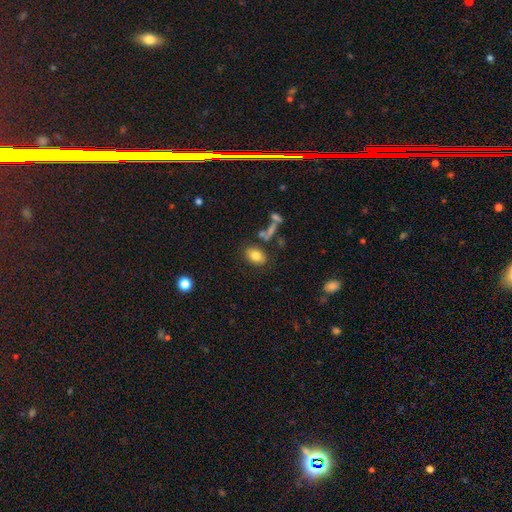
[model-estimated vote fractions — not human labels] smooth-or-featured: smooth: 78% | featured or disk: 12% | star or artifact: 10%
  how-rounded: in between: 80% | round: 18% | cigar-shaped: 1%
  merging: none: 75% | minor disturbance: 14% | merger: 7% | major disturbance: 5%